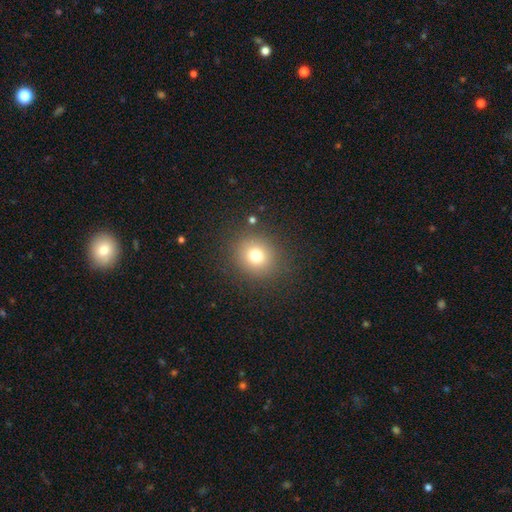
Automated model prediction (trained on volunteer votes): Smooth or featured? Predicted: smooth (p=0.75). How rounded? Predicted: round (p=0.85). Merging? Predicted: none (p=0.87).